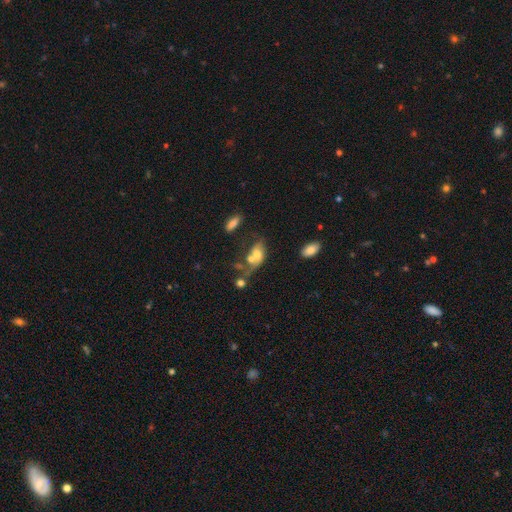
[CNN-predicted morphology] This appears to be a smooth galaxy with no disk features (55%) that is in between round and cigar-shaped (85%). Merging: merger (40%).